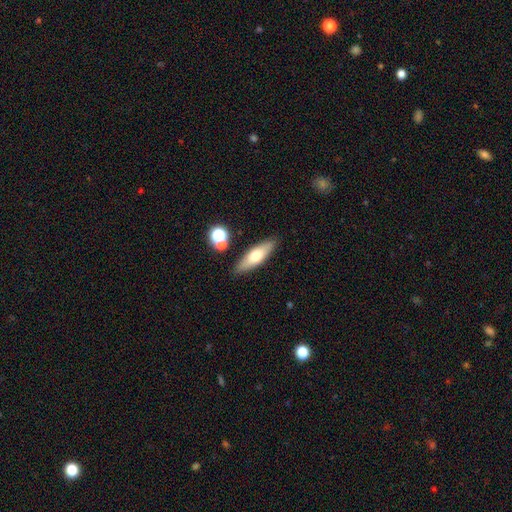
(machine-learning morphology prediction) This is likely a smooth galaxy (61%). How rounded: possibly cigar-shaped (51%). Merging: clearly none (84%).